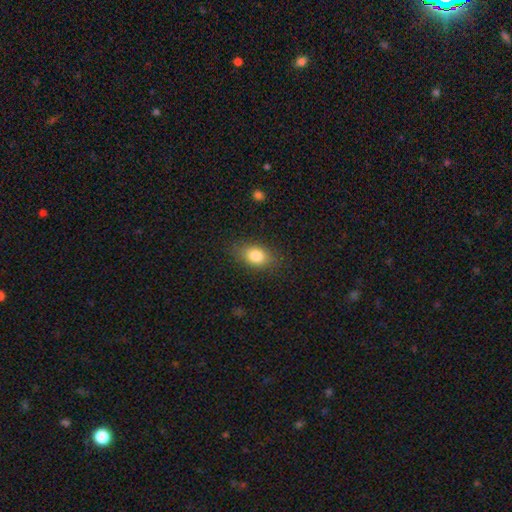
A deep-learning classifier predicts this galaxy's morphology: type=smooth (82%); roundness=in between (81%); merging=none (82%).